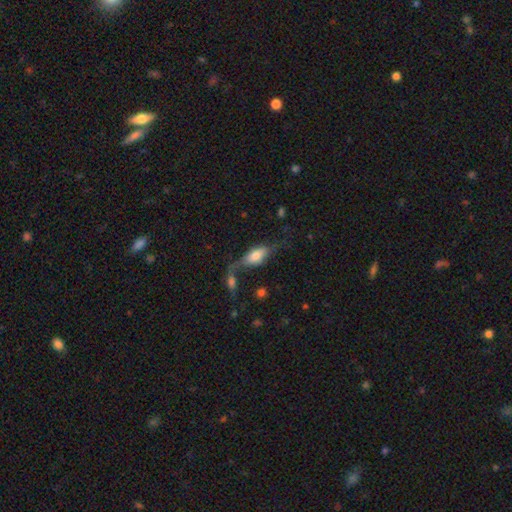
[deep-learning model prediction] Overall: smooth (58%; featured or disk 34%). How rounded: in between (81%). Merging: none (31%; merger 28%).